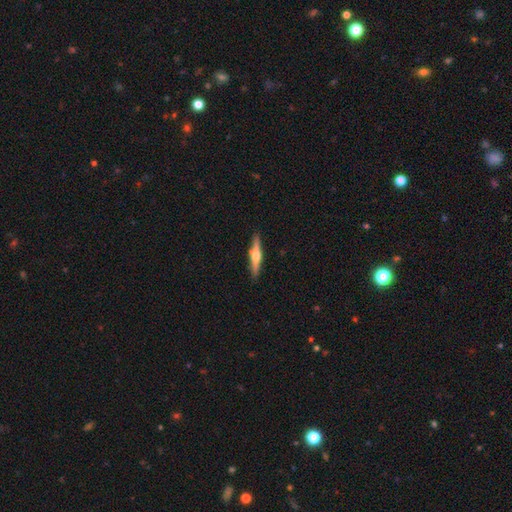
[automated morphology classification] Smooth or featured? featured or disk (63%)
Edge-on disk? yes (97%)
Edge-on bulge? rounded (93%)
Merging? none (89%)